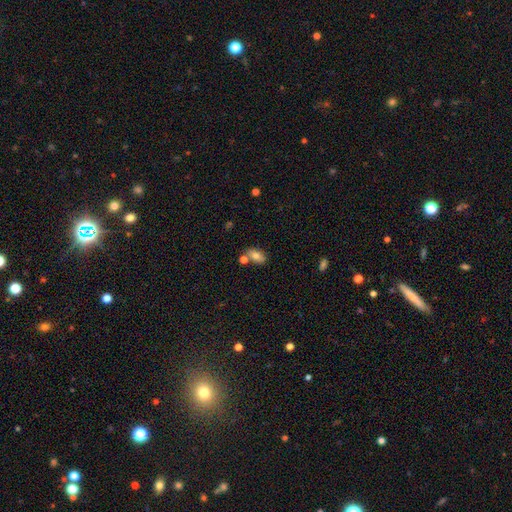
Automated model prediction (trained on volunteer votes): Q: Smooth or featured?
A: smooth (74%); runner-up: featured or disk (17%)
Q: How rounded?
A: in between (89%); runner-up: round (8%)
Q: Merging?
A: none (66%); runner-up: merger (18%)